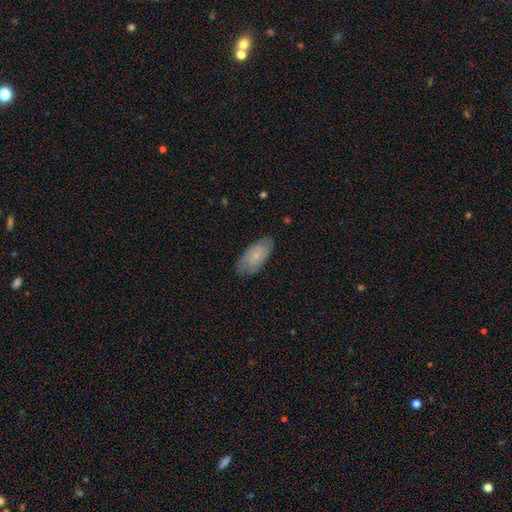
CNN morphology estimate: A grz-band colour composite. It shows a smooth galaxy with no disk features (66%) that is in between round and cigar-shaped (91%). Merging: none (78%).